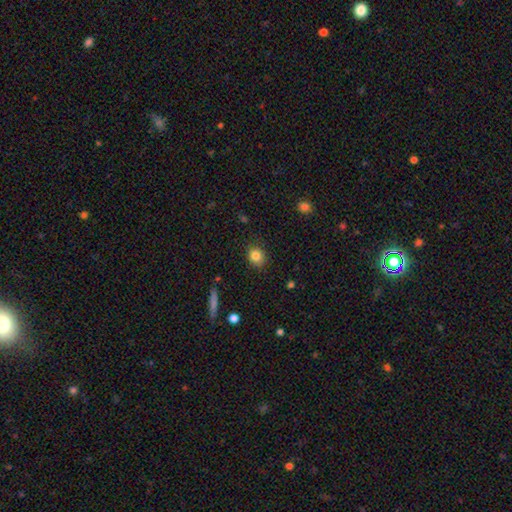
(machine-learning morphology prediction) The model was most divided on "how rounded": round: 64%, in between: 35%, cigar-shaped: 1%. More confident: merging — none (86%); smooth or featured — smooth (83%).